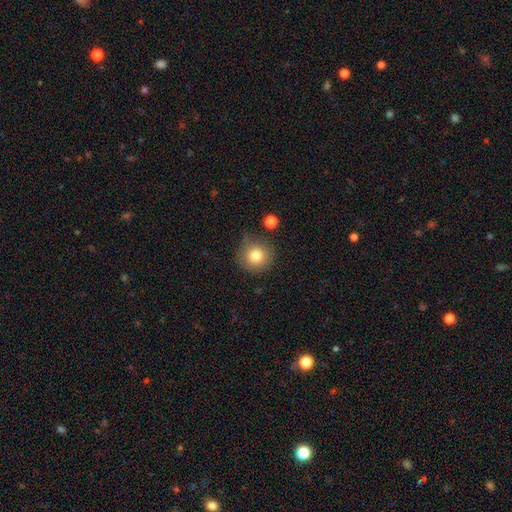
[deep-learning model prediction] Overall: smooth (81%). How rounded: round (94%). Merging: none (75%).